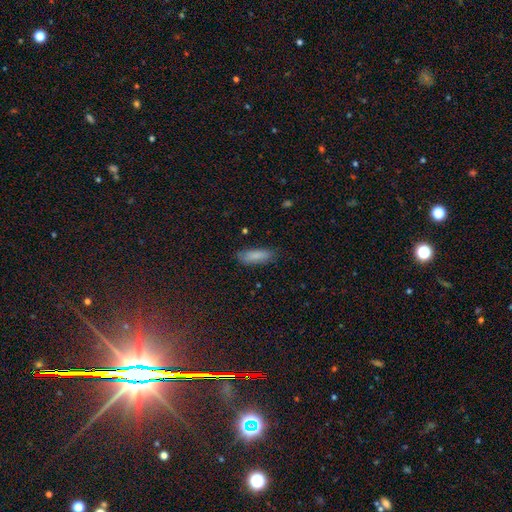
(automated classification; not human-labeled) This is clearly a smooth galaxy (84%). How rounded: likely in between (61%). Merging: likely none (79%).